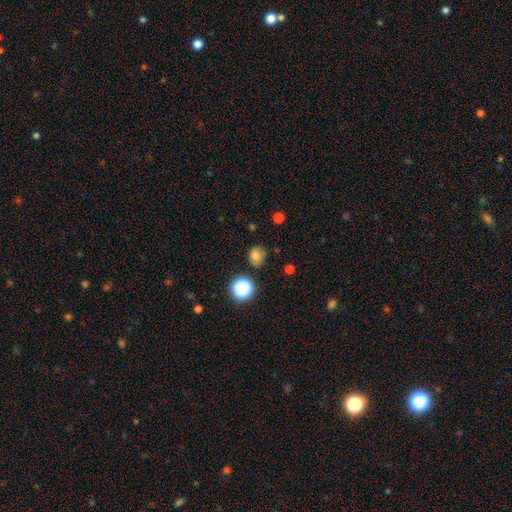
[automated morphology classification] smooth-or-featured: smooth: 76% | star or artifact: 16% | featured or disk: 8%
  how-rounded: round: 70% | in between: 29% | cigar-shaped: 1%
  merging: none: 78% | minor disturbance: 15% | major disturbance: 4% | merger: 3%